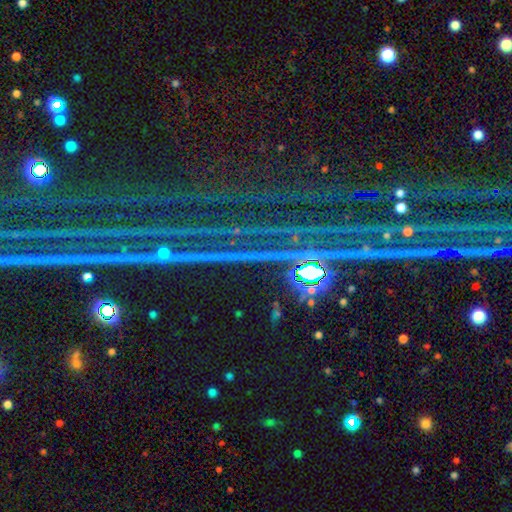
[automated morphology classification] type=star or artifact (85%).